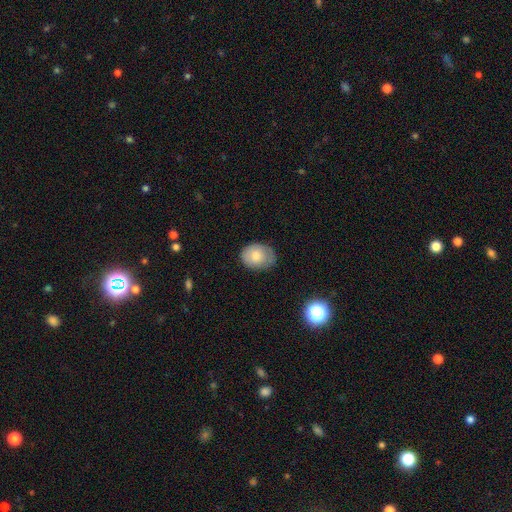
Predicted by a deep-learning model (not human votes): Overall: smooth (77%). How rounded: in between (64%; round 35%). Merging: none (72%).